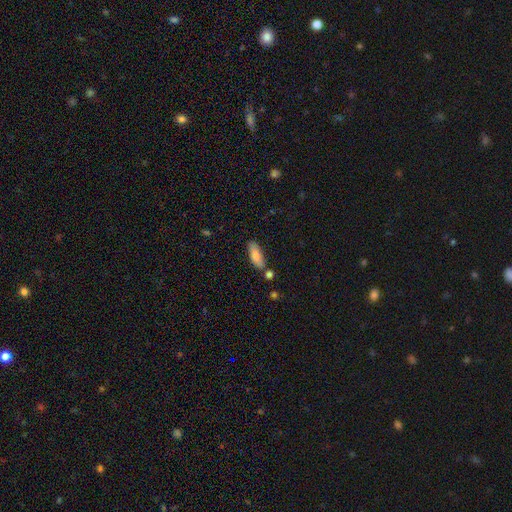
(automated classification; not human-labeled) Morphology: type=smooth (80%); roundness=in between (67%); merging=none (73%).